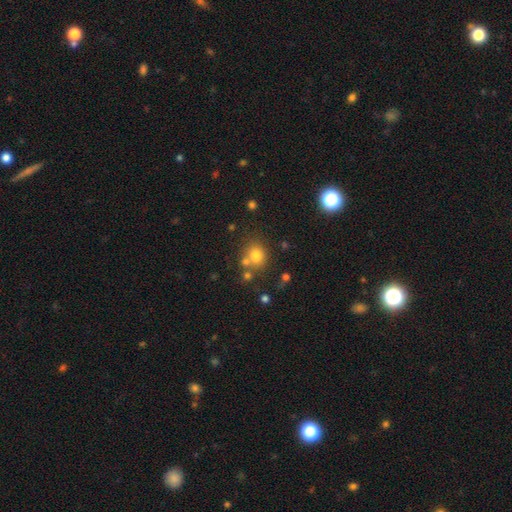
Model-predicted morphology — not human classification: This appears to be a smooth galaxy with no disk features (75%) that is round (78%). Merging: none (64%).